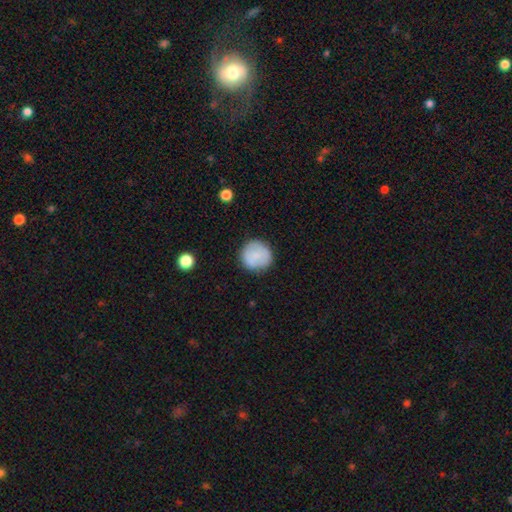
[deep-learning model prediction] Smooth or featured? smooth (78%)
How rounded? round (94%)
Merging? none (85%)